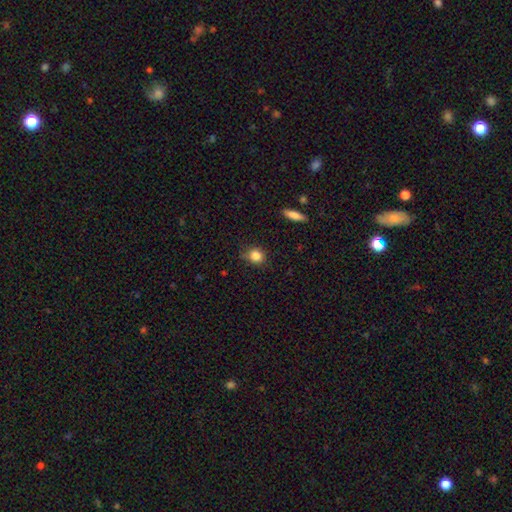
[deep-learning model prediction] This appears to be a smooth galaxy with no disk features (84%) that is round (76%). Merging: none (71%).